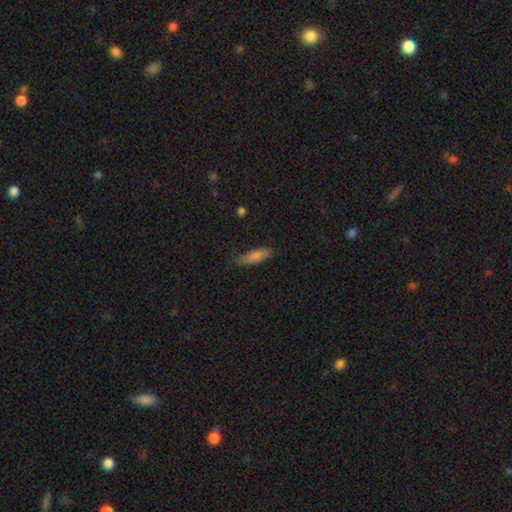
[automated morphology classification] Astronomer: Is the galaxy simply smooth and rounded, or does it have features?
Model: smooth — 75%.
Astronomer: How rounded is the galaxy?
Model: cigar-shaped — 69%.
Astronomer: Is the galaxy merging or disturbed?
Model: none — 83%.